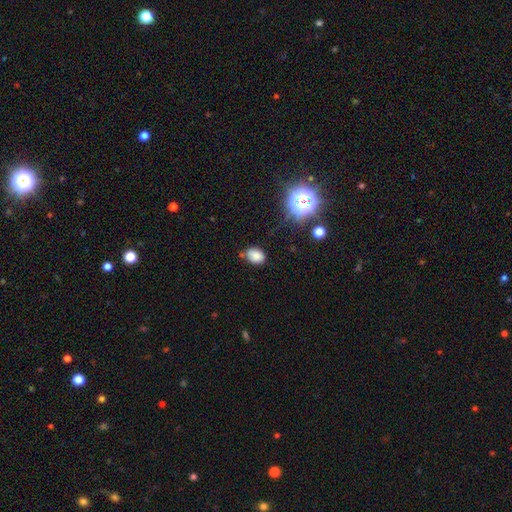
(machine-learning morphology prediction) Smooth or featured: smooth — 78% (star or artifact — 15%)
How rounded: in between — 75% (round — 24%)
Merging: none — 72% (minor disturbance — 20%)